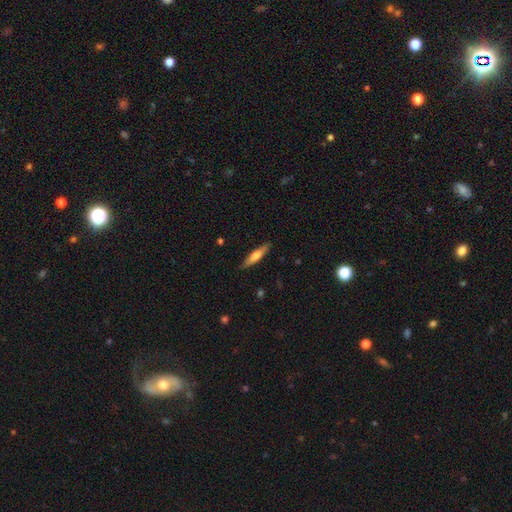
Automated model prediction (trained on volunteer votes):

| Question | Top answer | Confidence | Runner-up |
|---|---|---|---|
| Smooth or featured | smooth | 53% | featured or disk (41%) |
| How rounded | cigar-shaped | 85% | in between (14%) |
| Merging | none | 89% | minor disturbance (8%) |